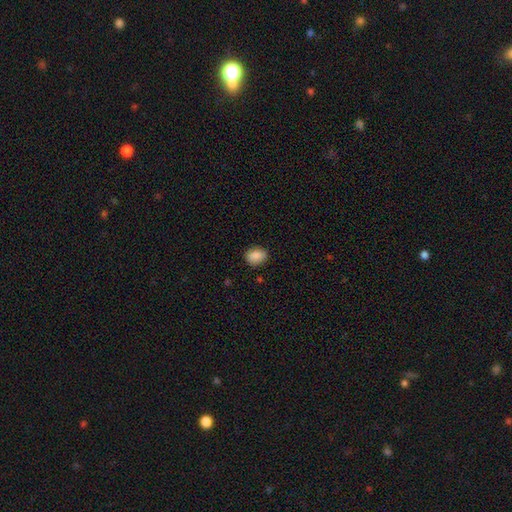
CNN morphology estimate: This appears to be a smooth galaxy with no disk features (88%) that is in between round and cigar-shaped (63%). Merging: none (84%).